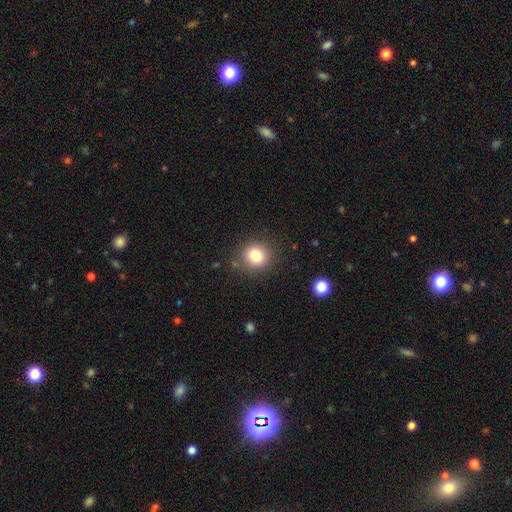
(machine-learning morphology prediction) Q: Smooth or featured?
A: smooth (80%); runner-up: star or artifact (12%)
Q: How rounded?
A: round (86%); runner-up: in between (13%)
Q: Merging?
A: none (86%); runner-up: minor disturbance (9%)